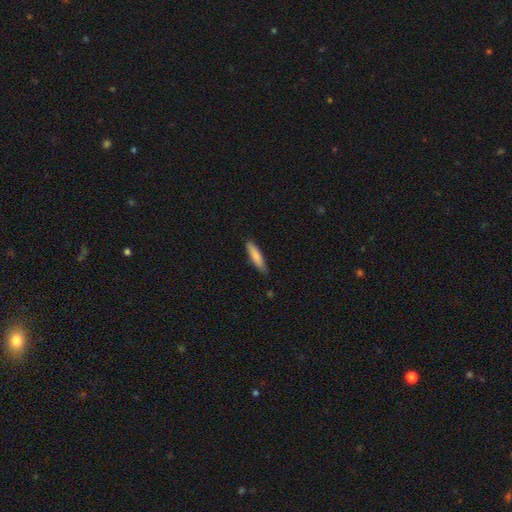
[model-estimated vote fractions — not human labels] smooth-or-featured: smooth: 81% | featured or disk: 13% | star or artifact: 6%
  how-rounded: cigar-shaped: 81% | in between: 18% | round: 1%
  merging: none: 85% | minor disturbance: 12% | major disturbance: 2% | merger: 1%